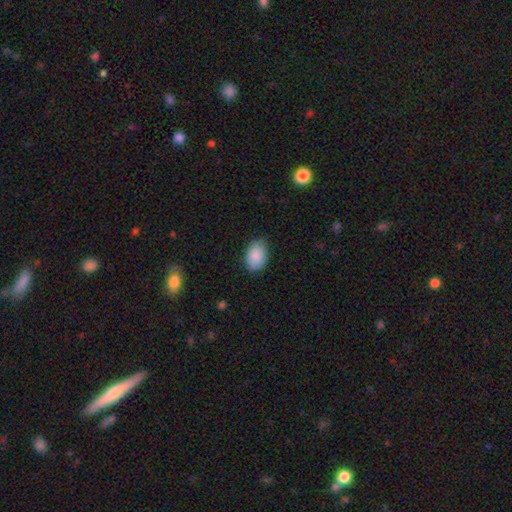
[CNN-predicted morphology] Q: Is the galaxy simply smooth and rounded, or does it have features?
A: smooth — 89%.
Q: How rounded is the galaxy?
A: in between — 88%.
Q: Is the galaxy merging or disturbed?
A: none — 79%.